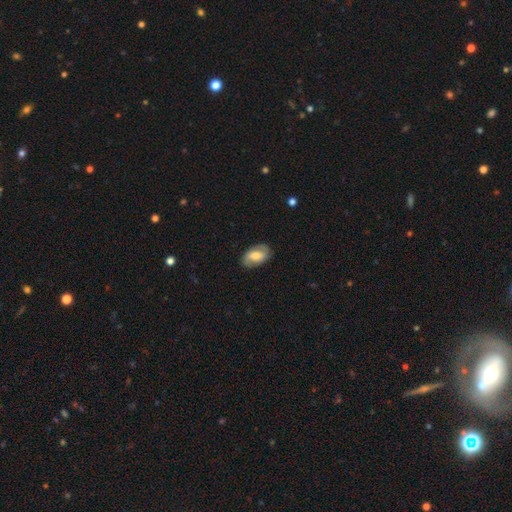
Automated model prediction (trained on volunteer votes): Overall: smooth (53%; featured or disk 40%). How rounded: in between (91%). Merging: none (78%).